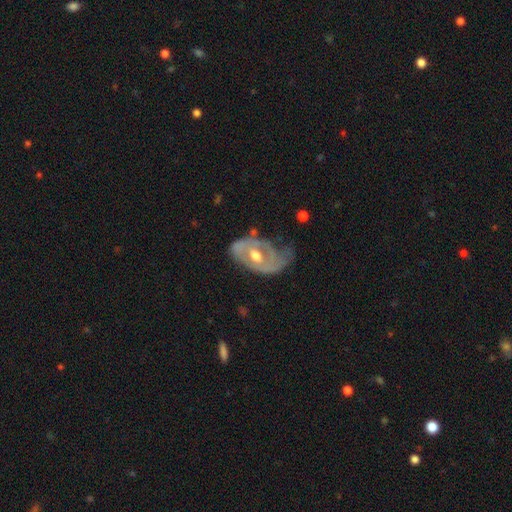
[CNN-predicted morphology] featured or disk 73%, smooth 22%, star or artifact 5%. Down the decision tree: edge-on disk — no (94%); bar — no (64%); spiral arms — yes (62%); bulge size — moderate (76%); merging — minor disturbance (34%).